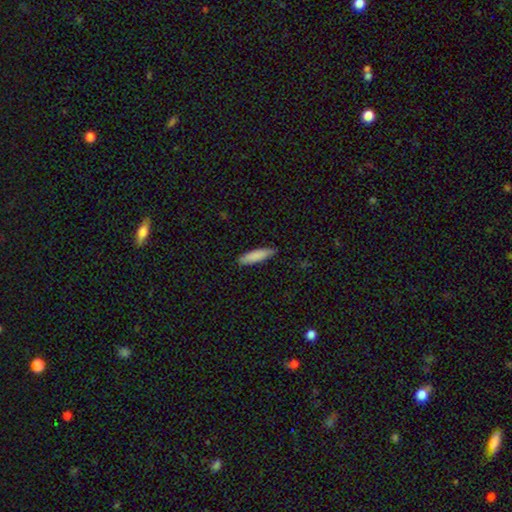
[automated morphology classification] type=smooth (86%); roundness=cigar-shaped (69%); merging=none (86%).